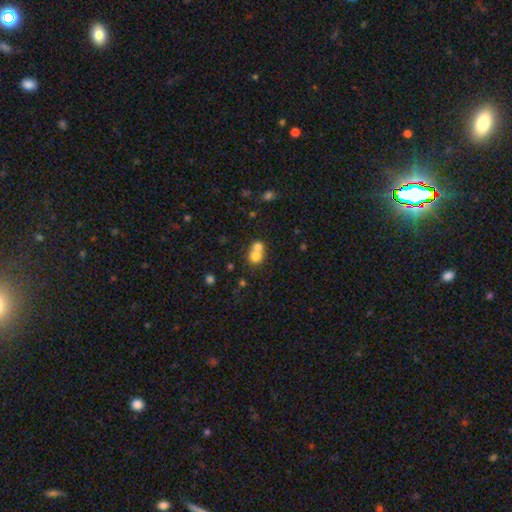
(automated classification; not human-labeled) Smooth or featured? smooth (73%)
How rounded? round (78%)
Merging? merger (63%)